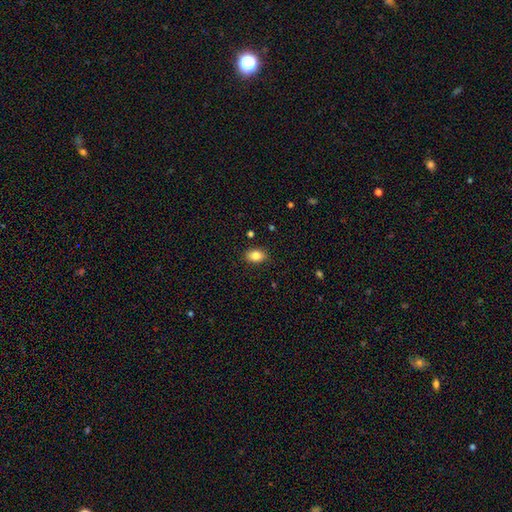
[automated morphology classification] Smooth or featured: smooth — 83% (star or artifact — 9%)
How rounded: in between — 80% (round — 18%)
Merging: none — 87% (minor disturbance — 9%)